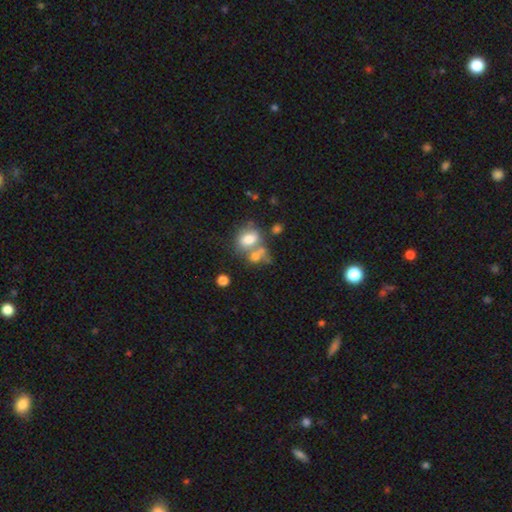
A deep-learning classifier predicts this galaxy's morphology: Smooth or featured: smooth — 67% (featured or disk — 21%)
How rounded: in between — 64% (round — 34%)
Merging: merger — 50% (none — 29%)